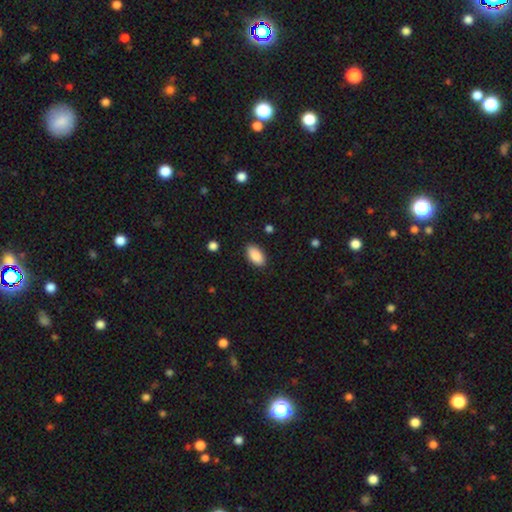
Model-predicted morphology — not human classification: Overall: smooth (89%). How rounded: in between (94%). Merging: none (87%).